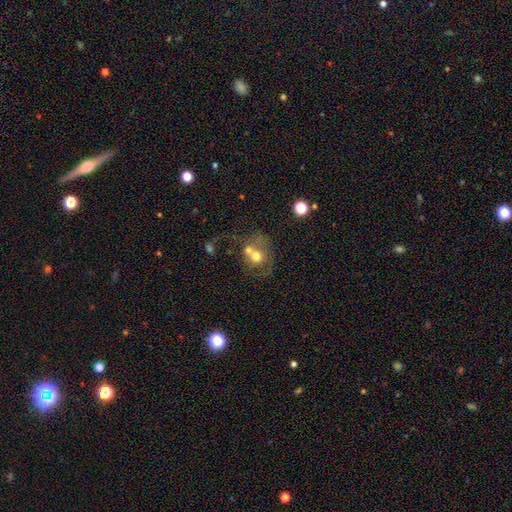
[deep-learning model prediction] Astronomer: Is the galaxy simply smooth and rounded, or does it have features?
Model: smooth — 53% (runner-up: featured or disk, 35%).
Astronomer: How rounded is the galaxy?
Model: round — 70%.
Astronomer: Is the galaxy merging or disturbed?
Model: merger — 52%.